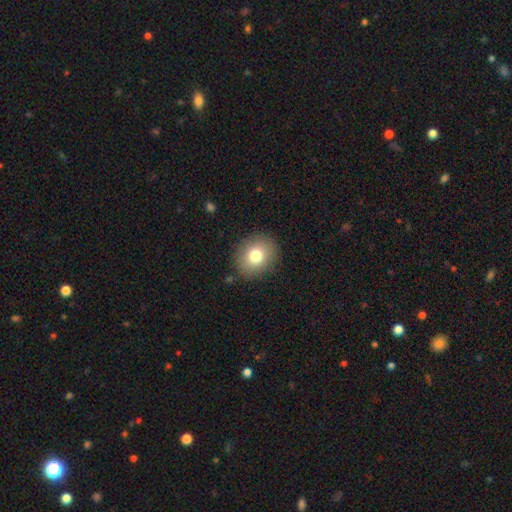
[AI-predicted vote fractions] Smooth or featured?
  - smooth: 78% *
  - featured or disk: 11%
  - star or artifact: 11%
How rounded?
  - round: 66% *
  - in between: 33%
  - cigar-shaped: 1%
Merging?
  - none: 88% *
  - minor disturbance: 8%
  - major disturbance: 3%
  - merger: 1%